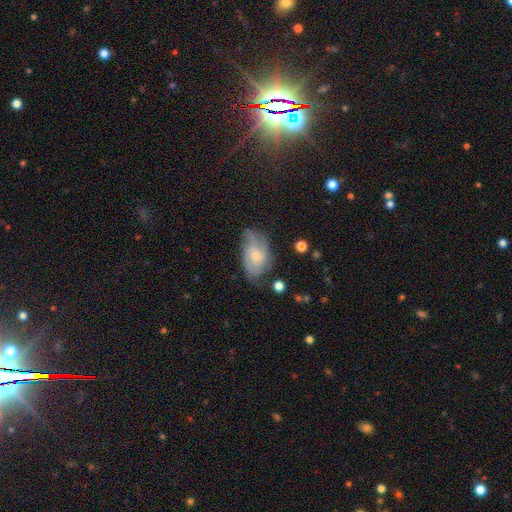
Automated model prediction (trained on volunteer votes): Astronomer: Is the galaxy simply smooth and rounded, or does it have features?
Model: featured or disk — 71%.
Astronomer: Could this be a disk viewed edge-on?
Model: no — 96%.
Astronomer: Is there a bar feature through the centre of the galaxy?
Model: no — 67%.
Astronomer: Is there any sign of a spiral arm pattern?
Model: yes — 91%.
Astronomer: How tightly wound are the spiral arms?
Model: tight — 42%, tied with medium at 42%.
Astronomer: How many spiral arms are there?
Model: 2 — 35% (runner-up: can't tell, 29%).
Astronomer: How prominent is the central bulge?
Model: small — 59% (runner-up: moderate, 36%).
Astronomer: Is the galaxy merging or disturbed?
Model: none — 59%.